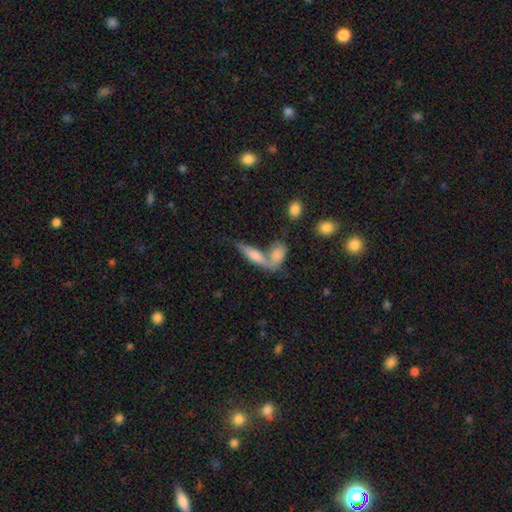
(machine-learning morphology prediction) A smooth galaxy with no disk features (51%) that is cigar-shaped (59%).

Vote fractions:
- Smooth or featured? smooth: 51% / featured or disk: 38% / star or artifact: 10%
- How rounded? cigar-shaped: 59% / in between: 36% / round: 5%
- Merging? merger: 43% / none: 40% / minor disturbance: 11% / major disturbance: 6%